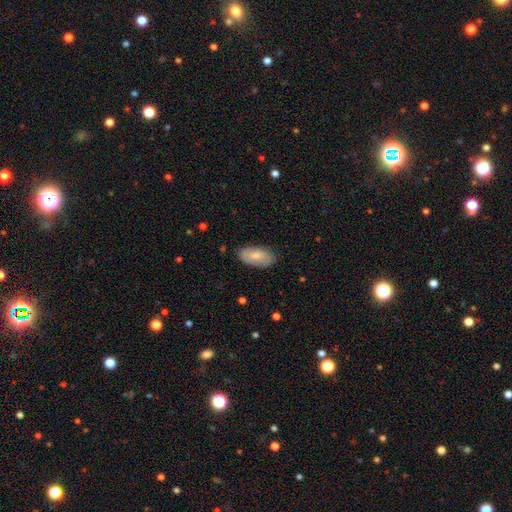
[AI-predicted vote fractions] This appears to be a smooth galaxy with no disk features (74%) that is in between round and cigar-shaped (94%). Merging: none (83%).